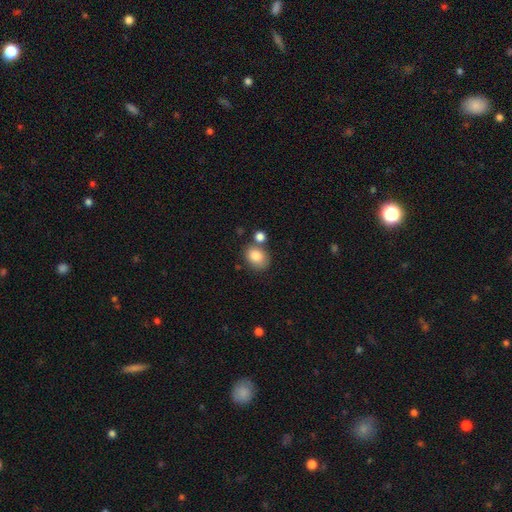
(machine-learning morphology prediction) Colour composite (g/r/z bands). It shows a smooth galaxy with no disk features (83%) that is in between round and cigar-shaped (53%). Merging: none (62%).